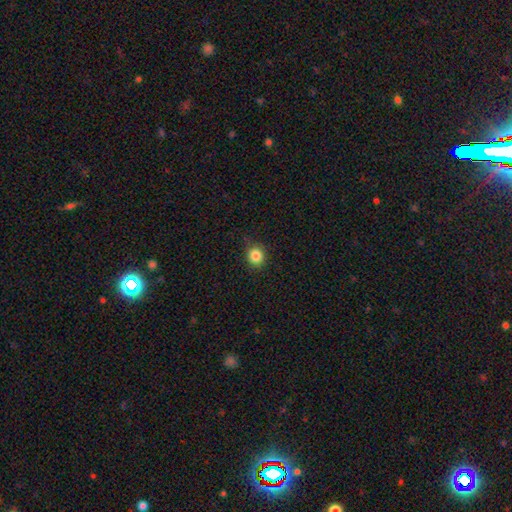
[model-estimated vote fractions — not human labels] smooth_or_featured: smooth (p=0.84) [alt: star or artifact p=0.11]
how_rounded: round (p=0.81) [alt: in between p=0.19]
merging: none (p=0.87) [alt: minor disturbance p=0.10]